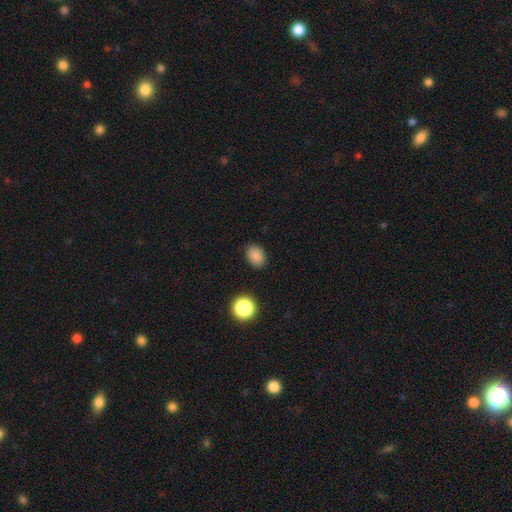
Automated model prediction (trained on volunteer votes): smooth_or_featured: smooth (p=0.85) [alt: star or artifact p=0.11]
how_rounded: in between (p=0.68) [alt: round p=0.31]
merging: none (p=0.87) [alt: minor disturbance p=0.09]